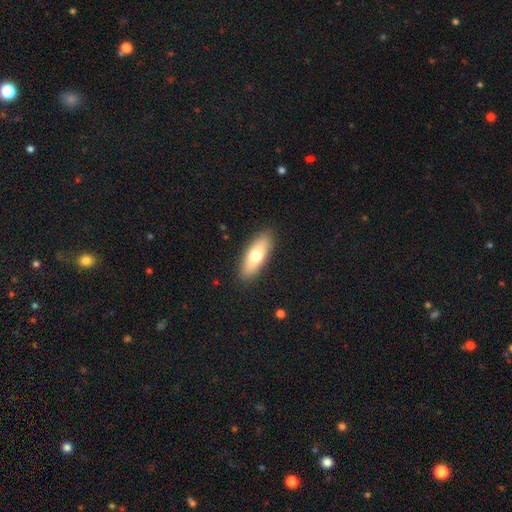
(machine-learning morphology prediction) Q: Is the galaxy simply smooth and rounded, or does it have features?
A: smooth — 69%.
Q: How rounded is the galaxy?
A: in between — 67%.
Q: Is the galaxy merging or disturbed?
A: none — 89%.